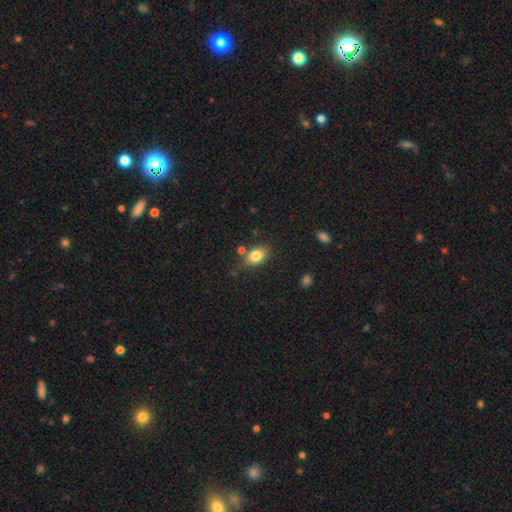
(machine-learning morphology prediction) Smooth or featured?
  - smooth: 82% *
  - featured or disk: 10%
  - star or artifact: 9%
How rounded?
  - in between: 84% *
  - round: 14%
  - cigar-shaped: 2%
Merging?
  - none: 76% *
  - minor disturbance: 14%
  - merger: 6%
  - major disturbance: 4%